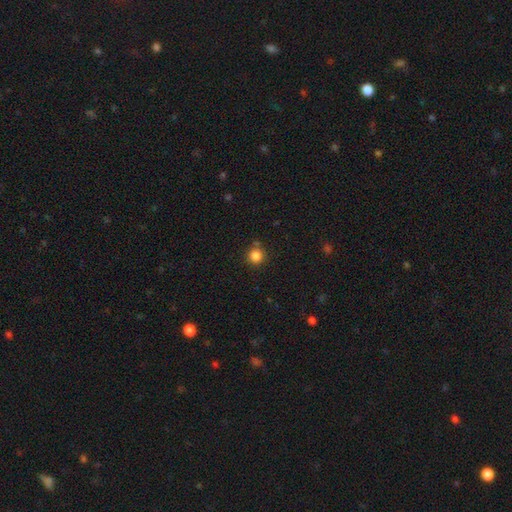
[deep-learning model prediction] Q: Smooth or featured?
A: smooth (84%); runner-up: star or artifact (12%)
Q: How rounded?
A: round (94%); runner-up: in between (5%)
Q: Merging?
A: none (80%); runner-up: minor disturbance (10%)